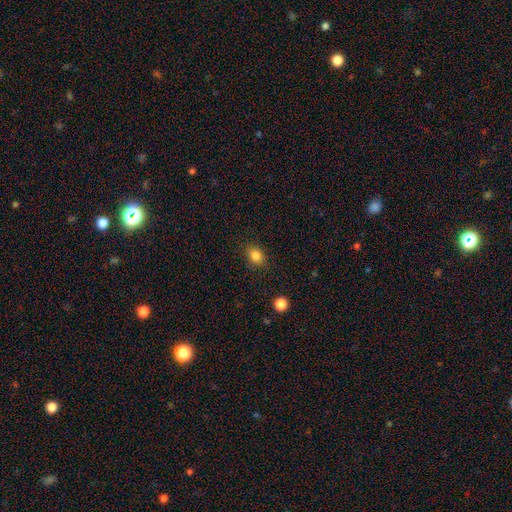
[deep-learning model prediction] Smooth or featured? smooth (84%)
How rounded? in between (53%)
Merging? none (86%)